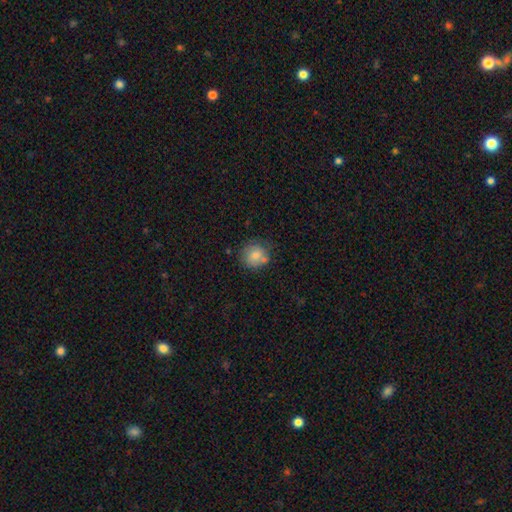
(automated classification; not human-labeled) Smooth or featured: smooth — 74% (featured or disk — 17%)
How rounded: round — 82% (in between — 17%)
Merging: none — 64% (minor disturbance — 20%)